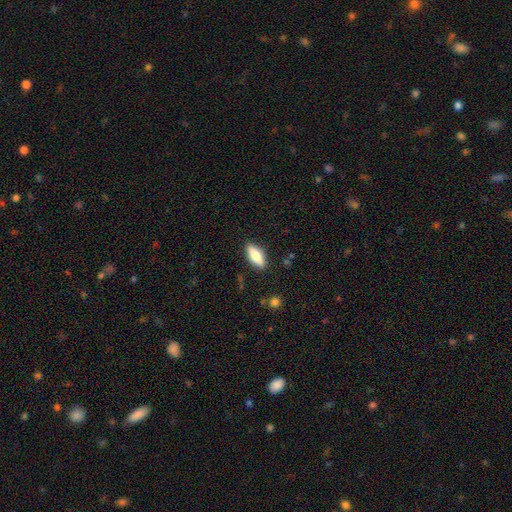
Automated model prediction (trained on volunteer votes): This appears to be a smooth galaxy with no disk features (72%) that is in between round and cigar-shaped (71%). Merging: none (86%).